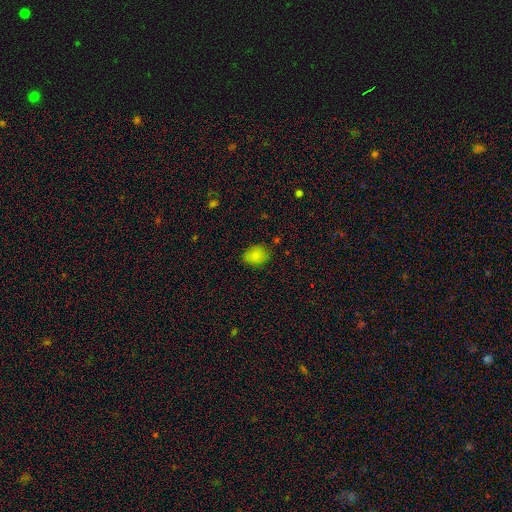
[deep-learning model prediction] Smooth or featured? smooth (84%)
How rounded? in between (62%)
Merging? none (80%)